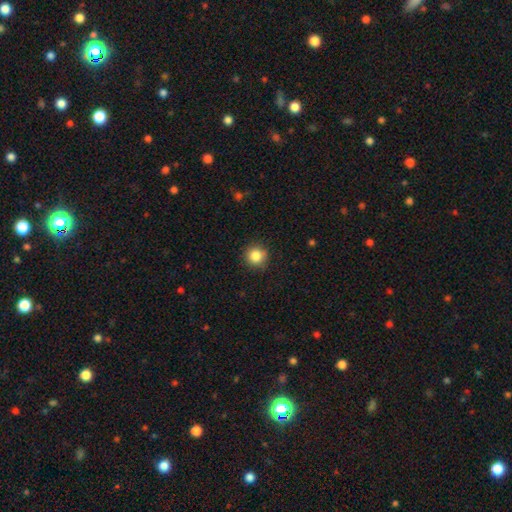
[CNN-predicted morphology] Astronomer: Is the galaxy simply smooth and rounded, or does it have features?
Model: smooth — 85%.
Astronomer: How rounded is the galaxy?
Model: round — 93%.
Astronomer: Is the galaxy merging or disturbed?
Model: none — 87%.